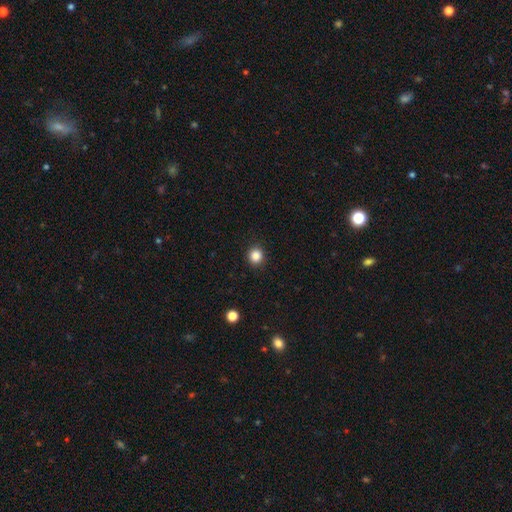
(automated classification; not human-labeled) The model was most divided on "smooth or featured": smooth: 86%, star or artifact: 11%, featured or disk: 3%. More confident: merging — none (91%); how rounded — round (87%).